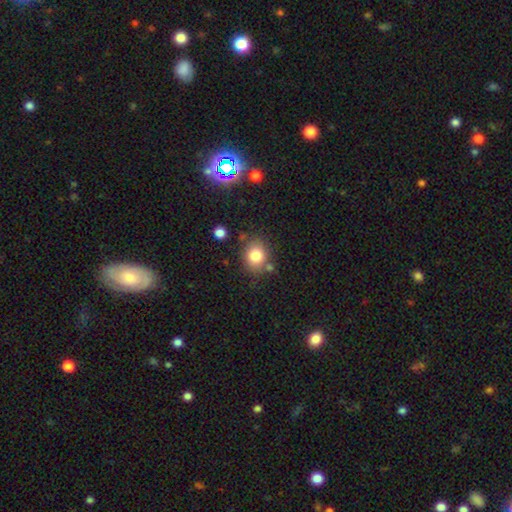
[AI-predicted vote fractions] Smooth or featured?
  - smooth: 80% *
  - star or artifact: 11%
  - featured or disk: 9%
How rounded?
  - round: 64% *
  - in between: 35%
  - cigar-shaped: 1%
Merging?
  - none: 76% *
  - minor disturbance: 13%
  - merger: 8%
  - major disturbance: 4%